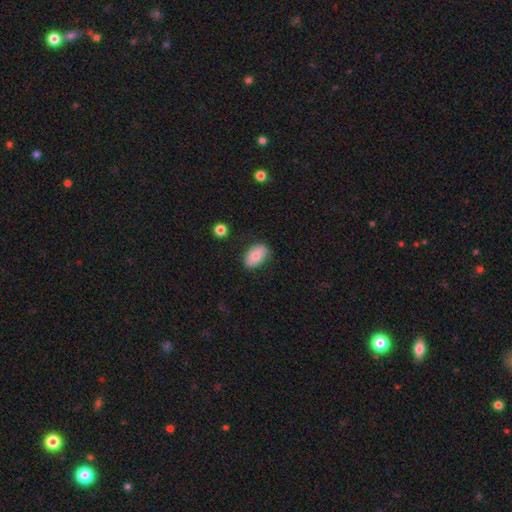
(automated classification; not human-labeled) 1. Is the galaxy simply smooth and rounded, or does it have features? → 74% smooth, 19% featured or disk, 7% star or artifact.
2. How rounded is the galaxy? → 89% in between, 10% round, 1% cigar-shaped.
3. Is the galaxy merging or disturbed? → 78% none, 17% minor disturbance, 3% major disturbance, 2% merger.